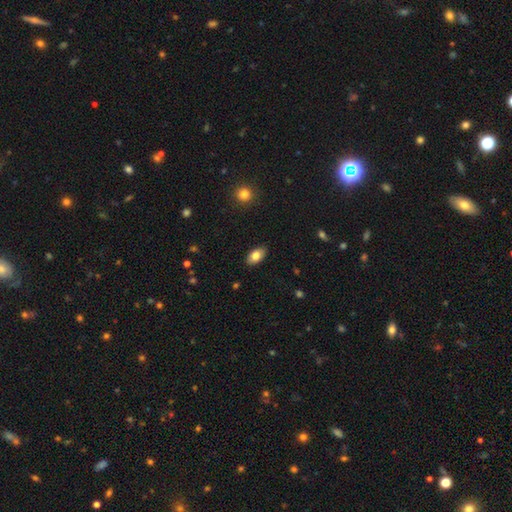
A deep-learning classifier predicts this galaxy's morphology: smooth 80%, featured or disk 13%, star or artifact 7%. Down the decision tree: how rounded — in between (92%); merging — none (87%).